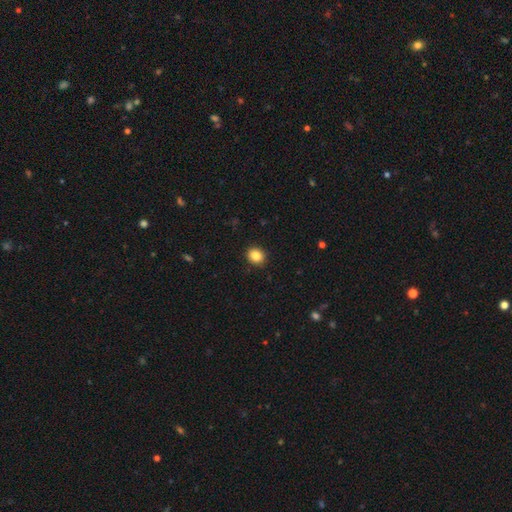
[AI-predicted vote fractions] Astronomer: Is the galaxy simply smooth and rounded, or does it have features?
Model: smooth — 85%.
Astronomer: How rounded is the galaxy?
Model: round — 74%.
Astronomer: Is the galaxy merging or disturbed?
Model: none — 91%.